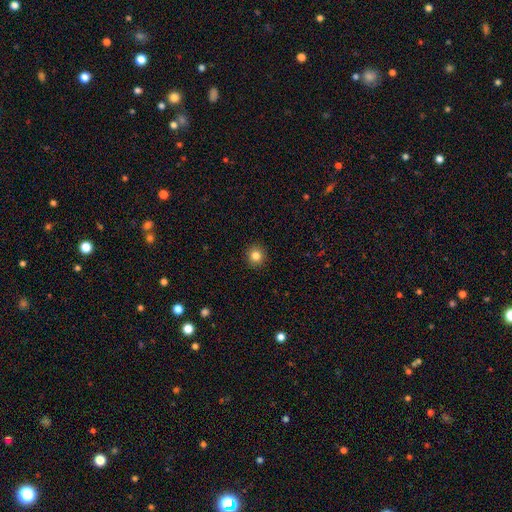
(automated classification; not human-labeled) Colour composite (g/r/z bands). It shows a smooth galaxy with no disk features (83%) that is round (93%). Merging: none (92%).